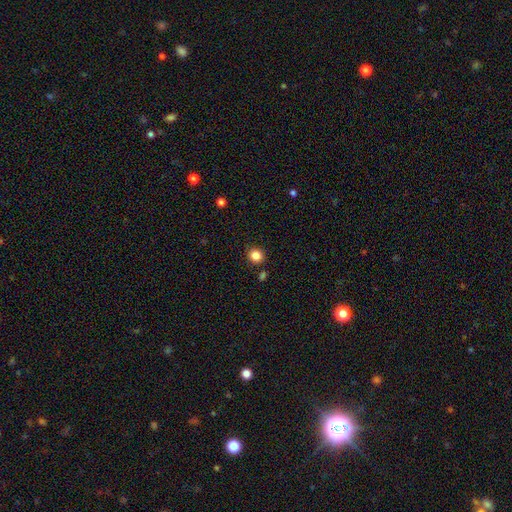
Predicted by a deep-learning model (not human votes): A smooth galaxy with no disk features (84%) that is round (85%).

Vote fractions:
- Smooth or featured? smooth: 84% / star or artifact: 11% / featured or disk: 4%
- How rounded? round: 85% / in between: 14% / cigar-shaped: 1%
- Merging? none: 88% / minor disturbance: 7% / merger: 3% / major disturbance: 2%